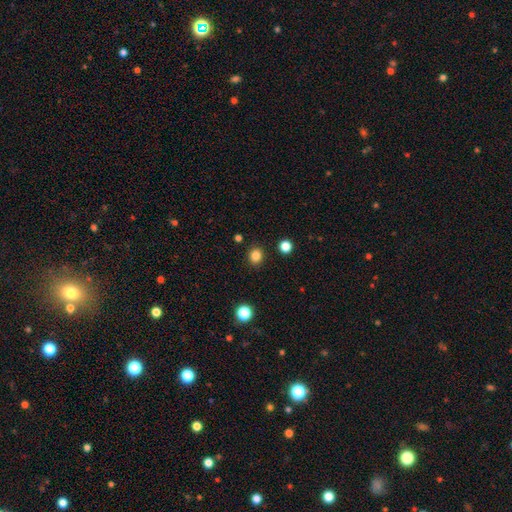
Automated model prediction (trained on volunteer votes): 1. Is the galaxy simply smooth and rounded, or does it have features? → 83% smooth, 13% star or artifact, 4% featured or disk.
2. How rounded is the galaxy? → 80% round, 19% in between, 1% cigar-shaped.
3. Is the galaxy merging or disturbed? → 89% none, 7% minor disturbance, 2% major disturbance, 2% merger.